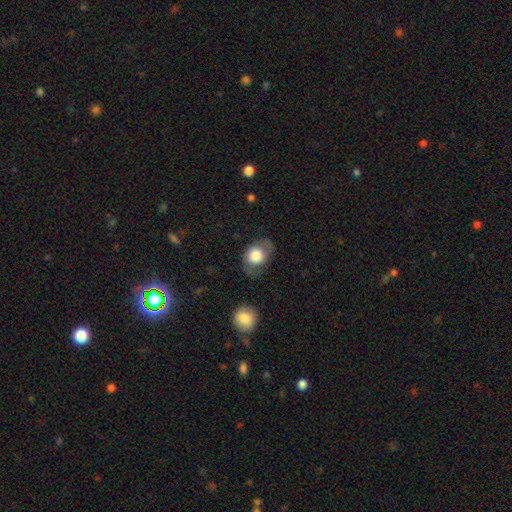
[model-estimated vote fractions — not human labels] Morphology: type=smooth (72%); roundness=in between (51%); merging=none (59%).